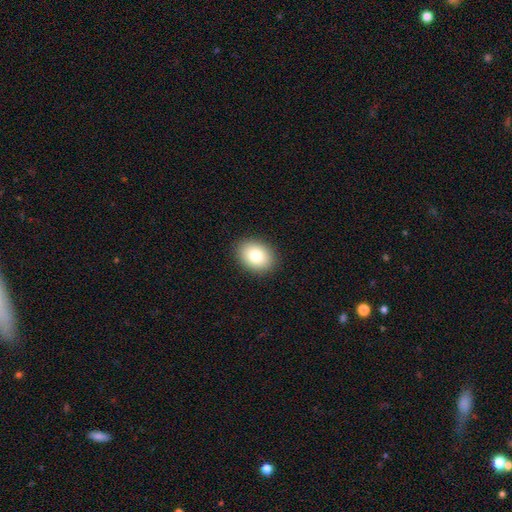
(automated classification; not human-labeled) Overall: smooth (83%). How rounded: in between (68%; round 31%). Merging: none (90%).